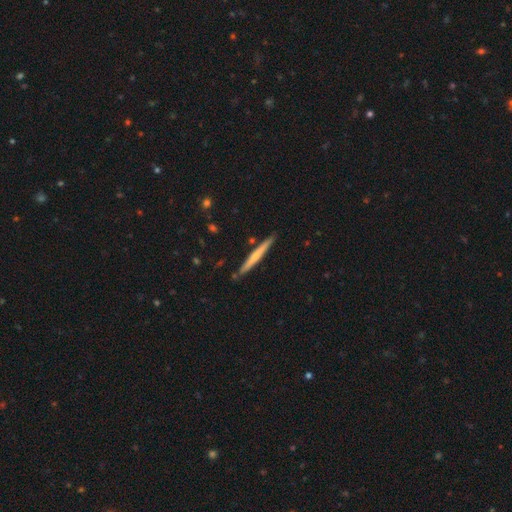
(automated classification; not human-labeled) The model was most divided on "smooth or featured": smooth: 52%, featured or disk: 43%, star or artifact: 5%. More confident: how rounded — cigar-shaped (97%); merging — none (88%).